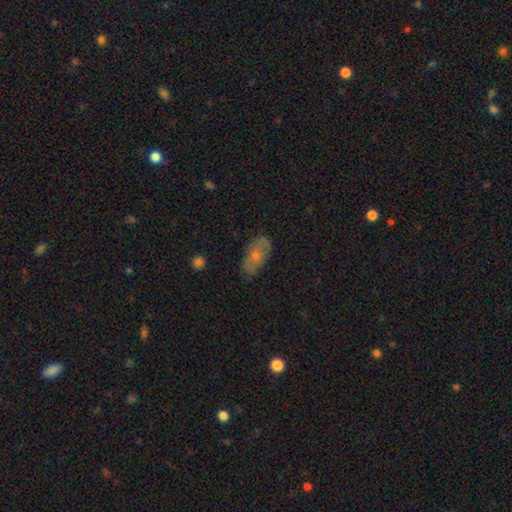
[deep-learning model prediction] Morphology: type=smooth (51%); roundness=in between (87%); merging=none (79%).